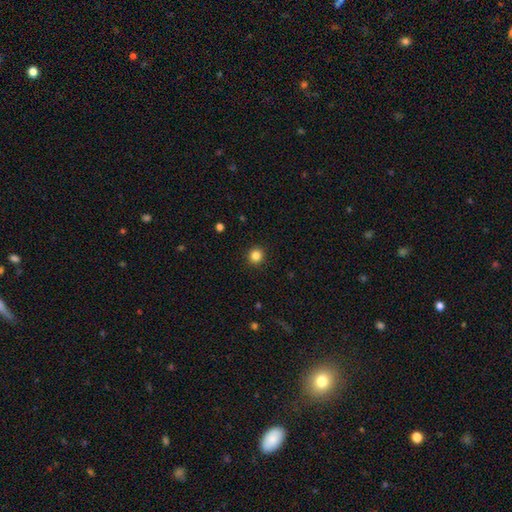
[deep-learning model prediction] Smooth or featured: smooth — 85% (star or artifact — 11%)
How rounded: round — 92% (in between — 7%)
Merging: none — 92% (minor disturbance — 5%)